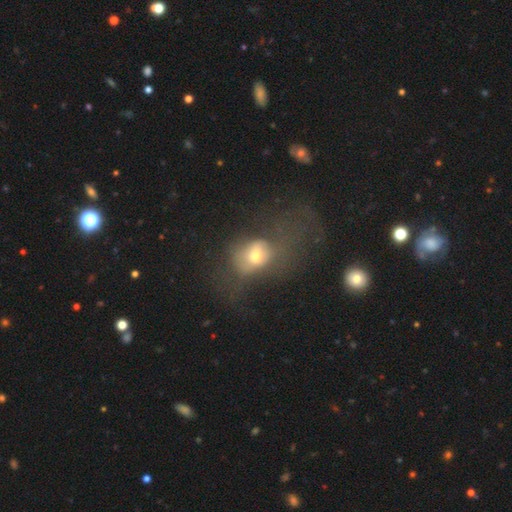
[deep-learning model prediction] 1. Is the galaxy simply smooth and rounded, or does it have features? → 57% smooth, 29% featured or disk, 14% star or artifact.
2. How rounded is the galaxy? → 54% in between, 44% round, 2% cigar-shaped.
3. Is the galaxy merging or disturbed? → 54% major disturbance, 25% none, 16% minor disturbance, 6% merger.